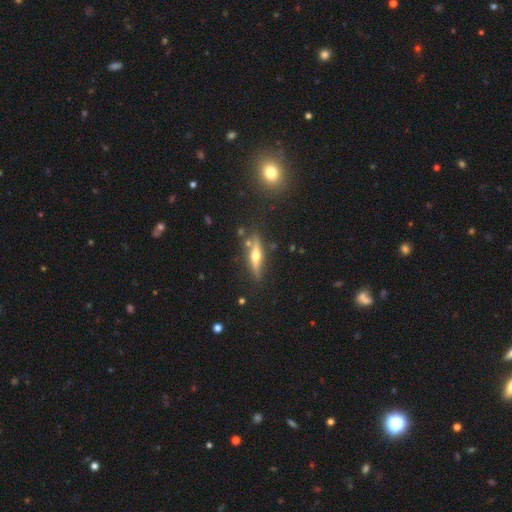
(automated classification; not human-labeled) smooth-or-featured: featured or disk: 70% | smooth: 23% | star or artifact: 7%
  disk-edge-on: yes: 95% | no: 5%
    edge-on-bulge: rounded: 94% | boxy: 3% | none: 3%
  merging: none: 82% | minor disturbance: 11% | merger: 5% | major disturbance: 3%